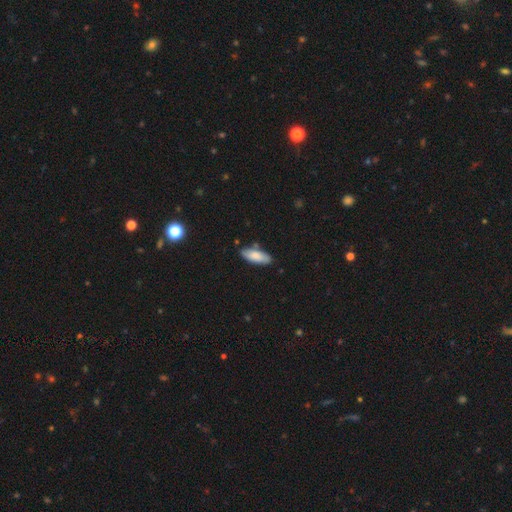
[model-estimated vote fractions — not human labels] smooth 81%, featured or disk 13%, star or artifact 6%. Down the decision tree: how rounded — in between (73%); merging — none (80%).